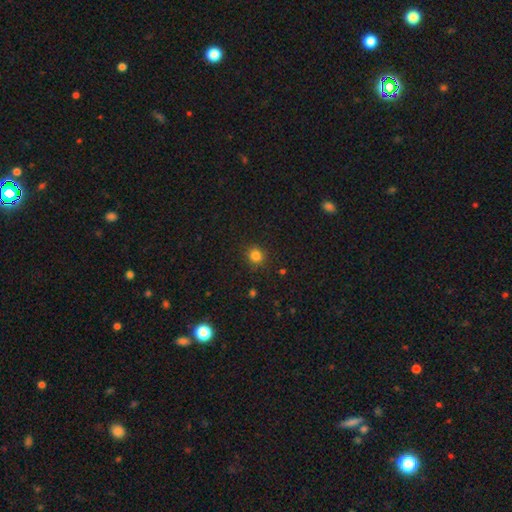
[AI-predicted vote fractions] smooth-or-featured: smooth: 82% | star or artifact: 14% | featured or disk: 4%
  how-rounded: round: 86% | in between: 13% | cigar-shaped: 1%
  merging: none: 88% | minor disturbance: 8% | major disturbance: 2% | merger: 1%